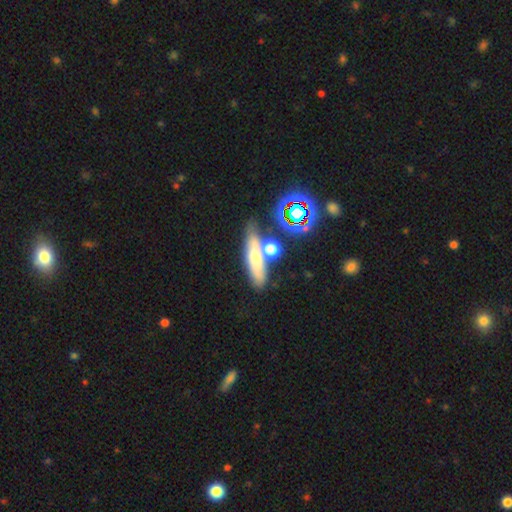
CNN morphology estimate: A smooth galaxy with no disk features (54%) that is cigar-shaped (51%). Merging: none (60%).